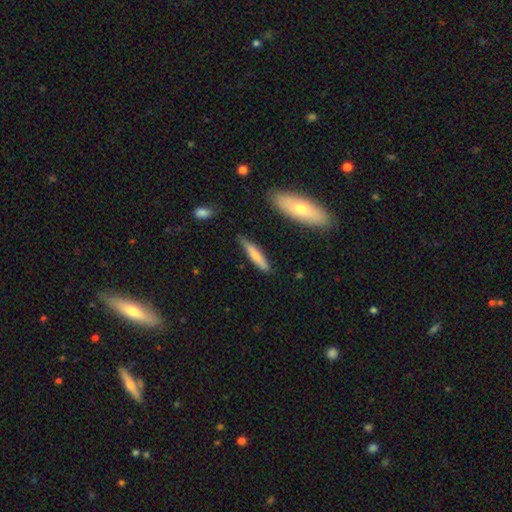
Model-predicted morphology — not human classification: Overall: smooth (69%). How rounded: cigar-shaped (86%). Merging: none (78%).